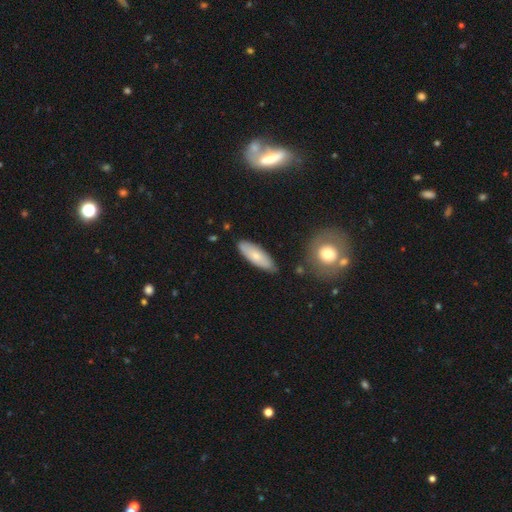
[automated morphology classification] The model was most divided on "how rounded": in between: 59%, cigar-shaped: 39%, round: 2%. More confident: merging — none (82%); smooth or featured — smooth (72%).